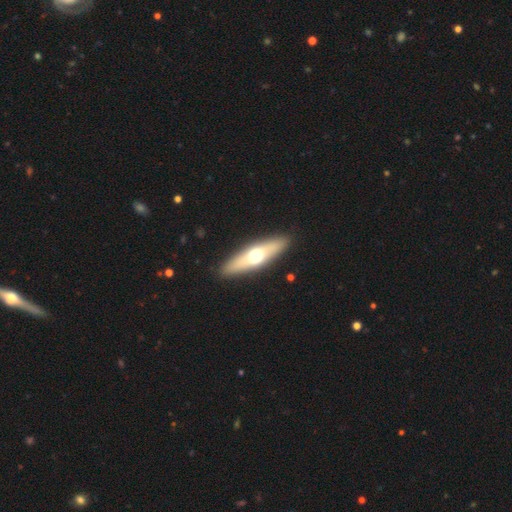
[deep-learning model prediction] The model was most divided on "smooth or featured": smooth: 49%, featured or disk: 46%, star or artifact: 6%. More confident: merging — none (90%).